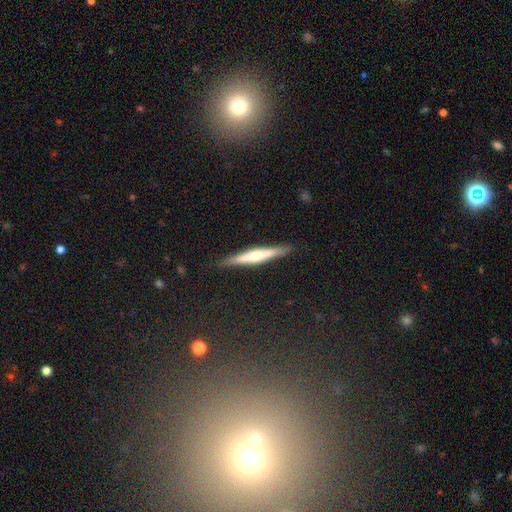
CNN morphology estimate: This is possibly a featured or disk galaxy (57%). It is clearly viewed edge-on (95%). Edge-on bulge: likely rounded (73%). Merging: clearly none (89%).